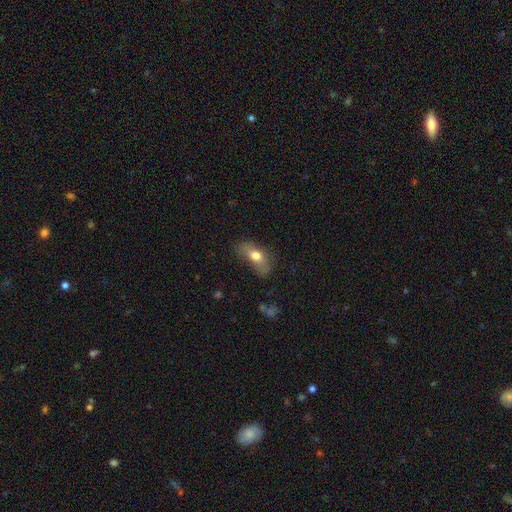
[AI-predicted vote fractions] Smooth or featured?
  - smooth: 70% *
  - featured or disk: 21%
  - star or artifact: 9%
How rounded?
  - in between: 81% *
  - round: 10%
  - cigar-shaped: 9%
Merging?
  - none: 50% *
  - minor disturbance: 30%
  - major disturbance: 17%
  - merger: 3%